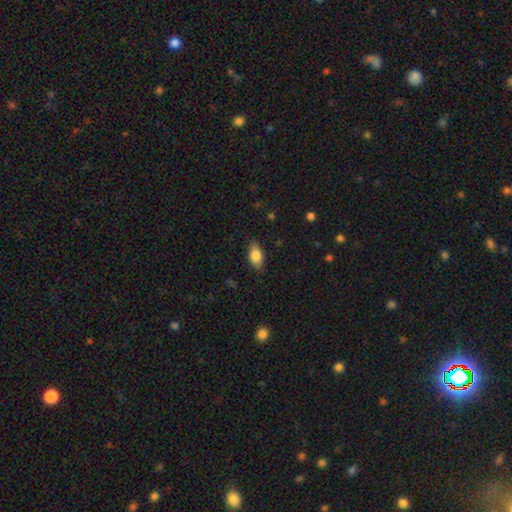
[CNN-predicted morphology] This is clearly a smooth galaxy (83%). How rounded: clearly in between (88%). Merging: clearly none (82%).